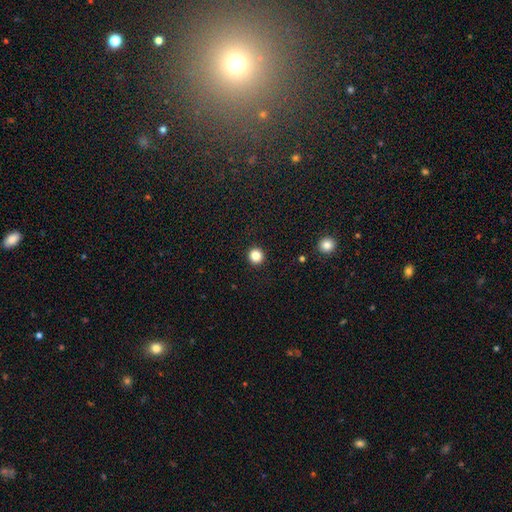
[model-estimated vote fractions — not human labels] smooth_or_featured: smooth (p=0.86) [alt: star or artifact p=0.11]
how_rounded: round (p=0.92) [alt: in between p=0.07]
merging: none (p=0.93) [alt: minor disturbance p=0.04]